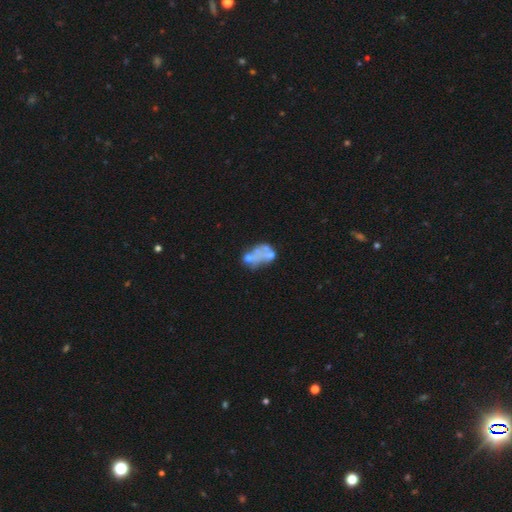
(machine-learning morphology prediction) featured or disk 50%, smooth 36%, star or artifact 14%. Down the decision tree: edge-on disk — no (98%); merging — merger (33%).